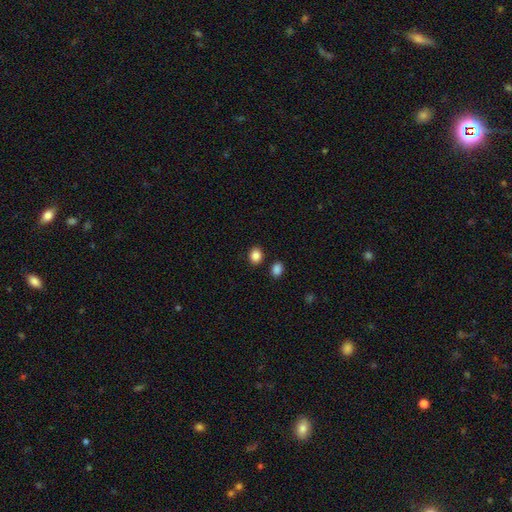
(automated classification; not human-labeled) smooth 86%, star or artifact 10%, featured or disk 4%. Down the decision tree: how rounded — round (62%); merging — none (84%).